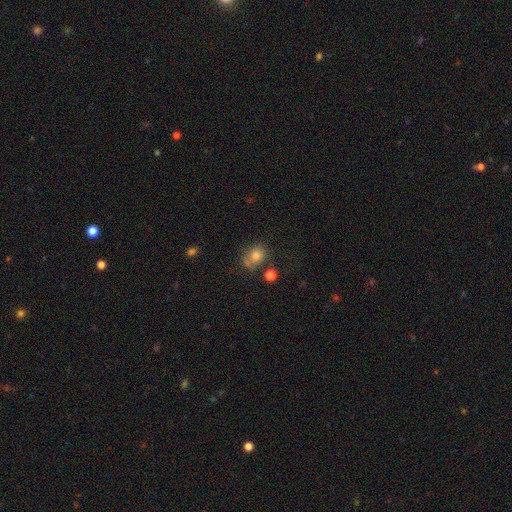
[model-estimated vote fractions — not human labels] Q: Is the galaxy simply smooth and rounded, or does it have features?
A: smooth — 73%.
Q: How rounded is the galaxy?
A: round — 63%.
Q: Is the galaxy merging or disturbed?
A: none — 55%.